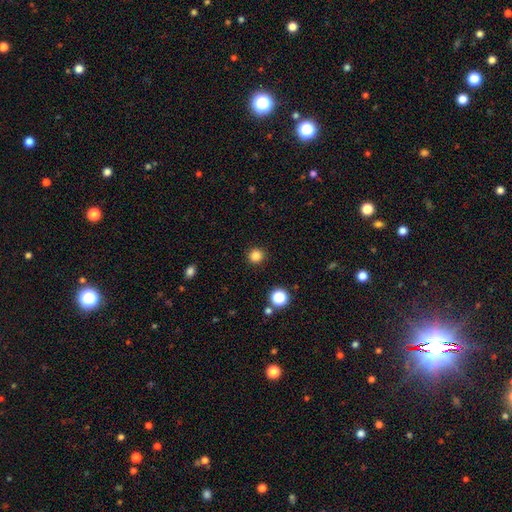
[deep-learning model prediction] smooth 84%, star or artifact 13%, featured or disk 3%. Down the decision tree: how rounded — round (94%); merging — none (92%).